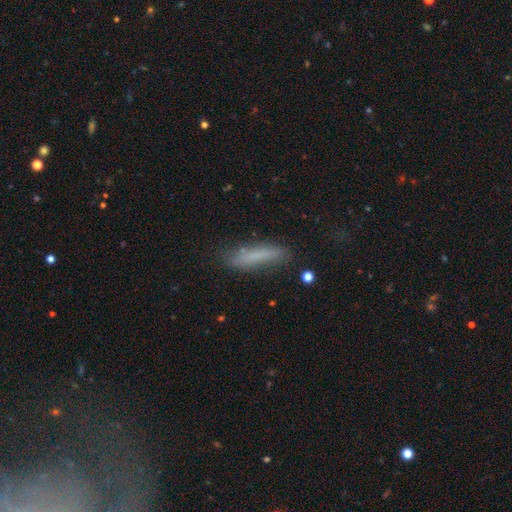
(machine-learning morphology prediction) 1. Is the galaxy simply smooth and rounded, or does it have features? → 69% smooth, 22% featured or disk, 9% star or artifact.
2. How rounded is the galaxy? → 82% cigar-shaped, 16% in between, 2% round.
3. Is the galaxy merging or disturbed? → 72% none, 19% minor disturbance, 6% major disturbance, 3% merger.